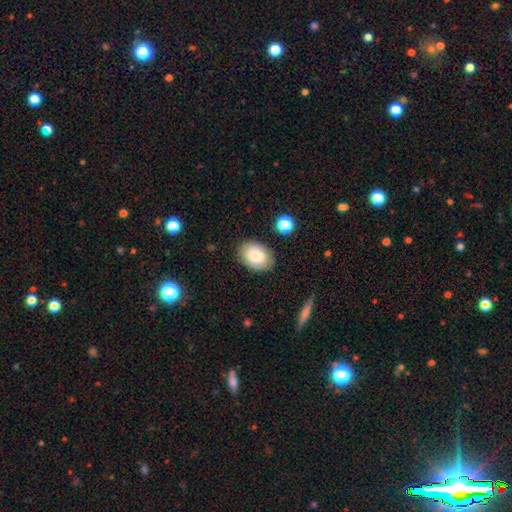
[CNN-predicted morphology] Smooth or featured? smooth (82%)
How rounded? in between (79%)
Merging? none (86%)